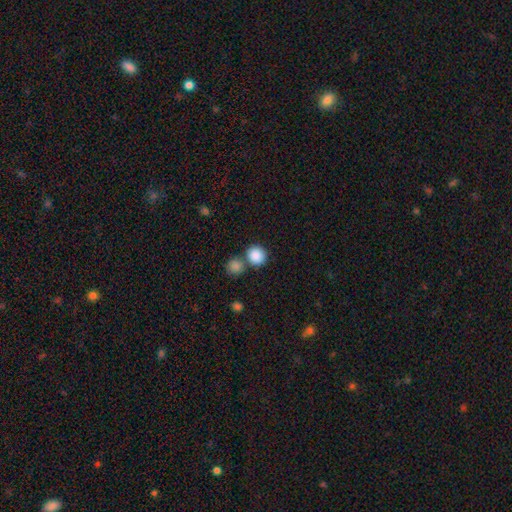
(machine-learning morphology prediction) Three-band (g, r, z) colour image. It shows a smooth galaxy with no disk features (87%) that is round (88%). Merging: none (63%).